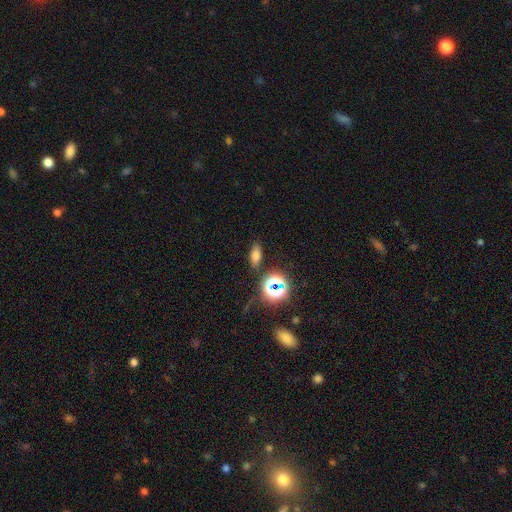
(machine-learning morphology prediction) Smooth or featured? Predicted: smooth (p=0.64). How rounded? Predicted: in between (p=0.68). Merging? Predicted: none (p=0.84).